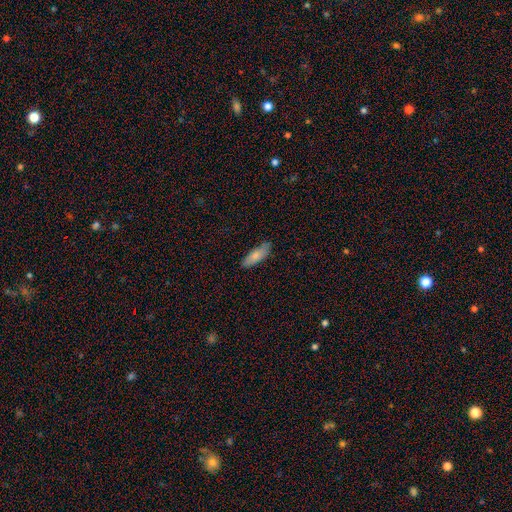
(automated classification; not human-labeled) Smooth or featured? smooth (78%)
How rounded? in between (65%)
Merging? none (79%)